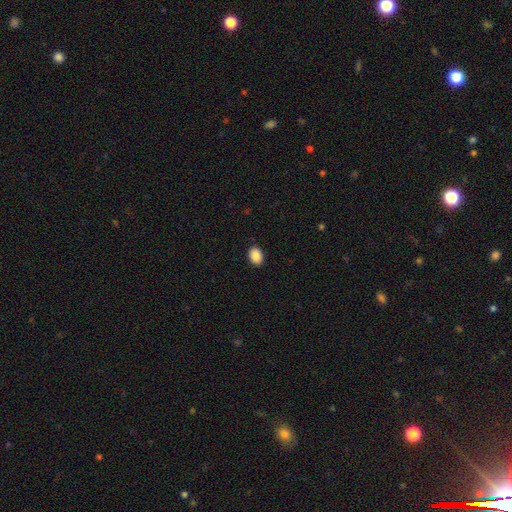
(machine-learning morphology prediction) type=smooth (89%); roundness=in between (79%); merging=none (89%).